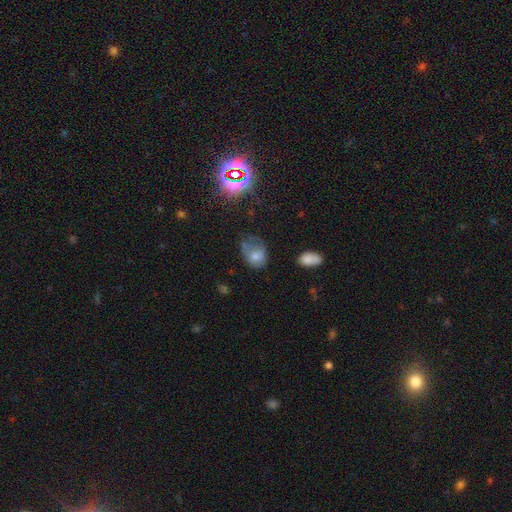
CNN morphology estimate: smooth_or_featured: smooth (p=0.67) [alt: featured or disk p=0.20]
how_rounded: in between (p=0.64) [alt: round p=0.34]
merging: minor disturbance (p=0.34) [alt: major disturbance p=0.32]